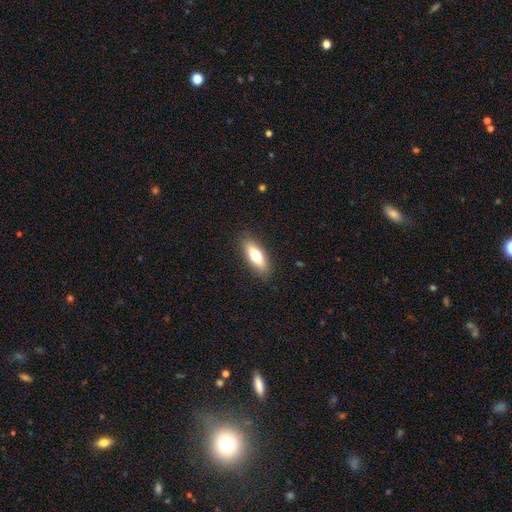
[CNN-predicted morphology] type=smooth (70%); roundness=in between (62%); merging=none (87%).